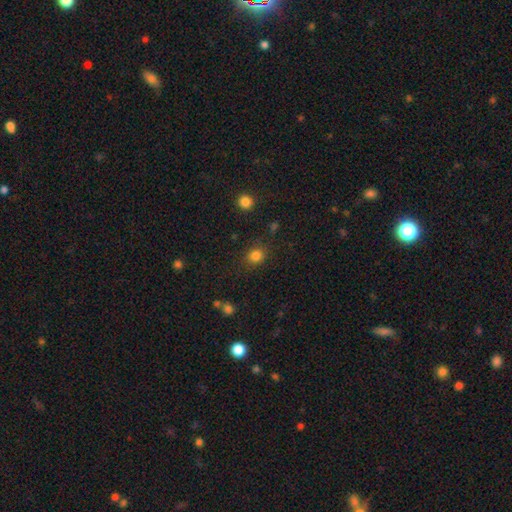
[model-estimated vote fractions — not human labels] This is clearly a smooth galaxy (82%). How rounded: likely round (69%). Merging: clearly none (81%).